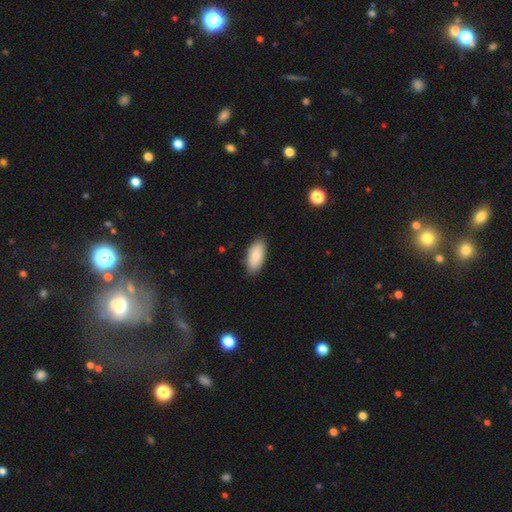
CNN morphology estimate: smooth-or-featured: smooth: 87% | featured or disk: 8% | star or artifact: 6%
  how-rounded: in between: 89% | cigar-shaped: 9% | round: 2%
  merging: none: 86% | minor disturbance: 11% | major disturbance: 2% | merger: 1%